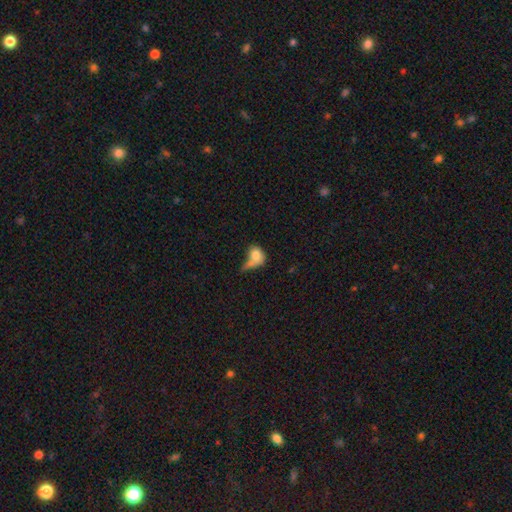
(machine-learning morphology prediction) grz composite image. It shows a smooth galaxy with no disk features (73%) that is in between round and cigar-shaped (50%). Merging: major disturbance (31%).